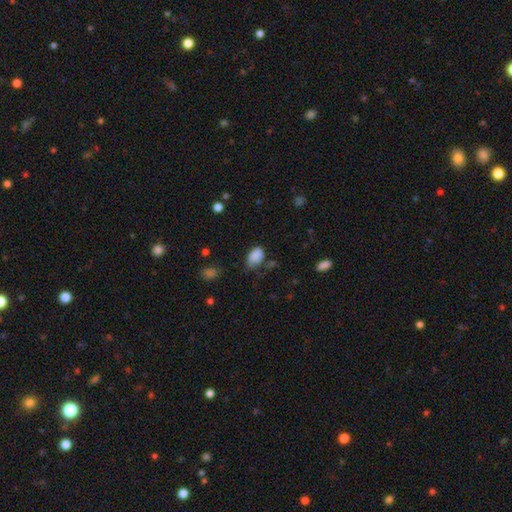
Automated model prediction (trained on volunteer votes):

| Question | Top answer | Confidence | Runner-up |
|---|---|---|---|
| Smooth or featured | smooth | 85% | star or artifact (9%) |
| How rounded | in between | 87% | round (12%) |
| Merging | none | 51% | minor disturbance (34%) |